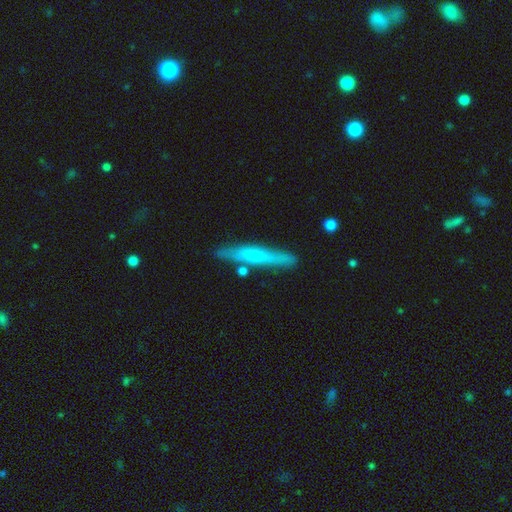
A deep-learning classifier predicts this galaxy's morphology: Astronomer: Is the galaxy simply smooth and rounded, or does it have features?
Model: smooth — 50% (runner-up: featured or disk, 44%).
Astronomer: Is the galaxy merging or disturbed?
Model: none — 81%.